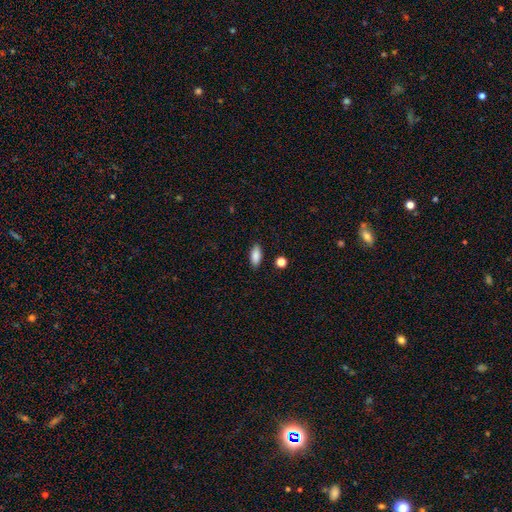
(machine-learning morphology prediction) Smooth or featured: smooth — 87% (star or artifact — 7%)
How rounded: in between — 86% (cigar-shaped — 11%)
Merging: none — 87% (minor disturbance — 9%)